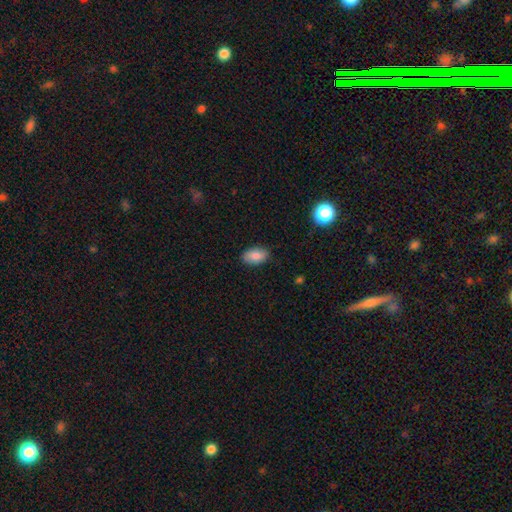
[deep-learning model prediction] smooth 84%, star or artifact 8%, featured or disk 8%. Down the decision tree: how rounded — in between (91%); merging — none (86%).